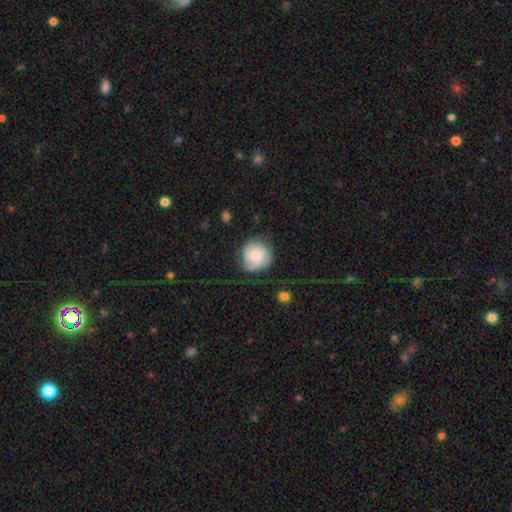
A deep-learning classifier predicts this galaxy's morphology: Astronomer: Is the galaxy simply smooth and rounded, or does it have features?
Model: featured or disk — 65%.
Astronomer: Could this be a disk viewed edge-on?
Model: no — 98%.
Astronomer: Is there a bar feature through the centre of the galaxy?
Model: no — 75%.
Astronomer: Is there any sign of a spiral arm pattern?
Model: yes — 94%.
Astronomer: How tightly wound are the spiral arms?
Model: tight — 55% (runner-up: medium, 34%).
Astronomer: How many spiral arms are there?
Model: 3 — 43% (runner-up: 2, 23%).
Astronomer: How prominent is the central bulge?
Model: small — 58% (runner-up: moderate, 34%).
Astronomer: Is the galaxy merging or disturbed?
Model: none — 72%.